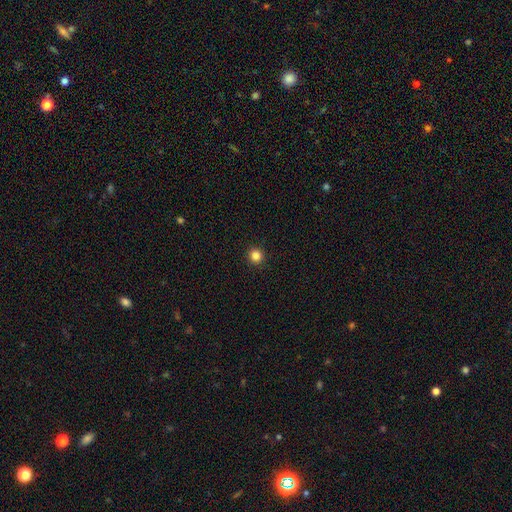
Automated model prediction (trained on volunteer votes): A smooth galaxy with no disk features (84%) that is round (94%).

Vote fractions:
- Smooth or featured? smooth: 84% / star or artifact: 12% / featured or disk: 4%
- How rounded? round: 94% / in between: 5% / cigar-shaped: 1%
- Merging? none: 93% / minor disturbance: 4% / major disturbance: 1% / merger: 1%